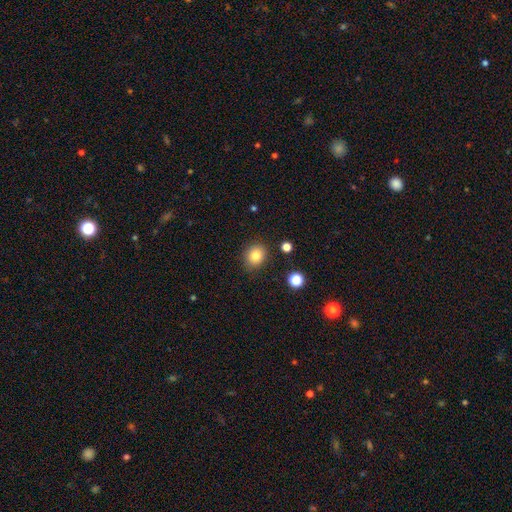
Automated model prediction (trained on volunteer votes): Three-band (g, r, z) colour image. It shows a smooth galaxy with no disk features (82%) that is round (69%). Merging: none (86%).